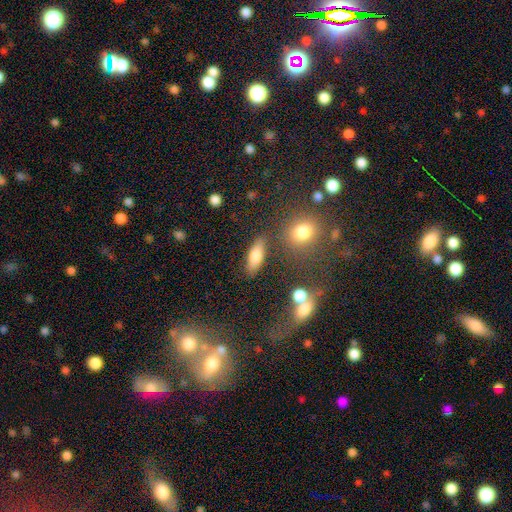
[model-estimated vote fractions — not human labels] smooth-or-featured: smooth: 78% | featured or disk: 14% | star or artifact: 8%
  how-rounded: in between: 67% | cigar-shaped: 29% | round: 4%
  merging: none: 79% | minor disturbance: 11% | merger: 6% | major disturbance: 4%